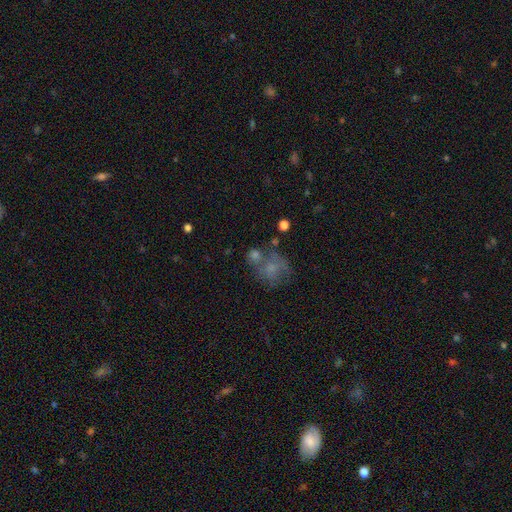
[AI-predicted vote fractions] smooth 54%, featured or disk 29%, star or artifact 18%. Down the decision tree: how rounded — round (69%); merging — none (43%).